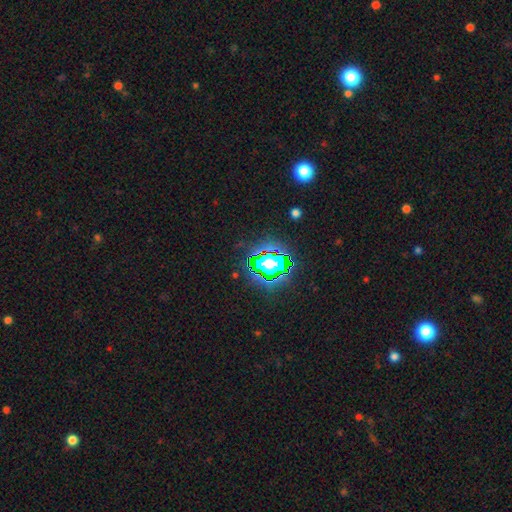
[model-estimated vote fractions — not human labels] Smooth or featured?
  - star or artifact: 82% *
  - smooth: 11%
  - featured or disk: 7%